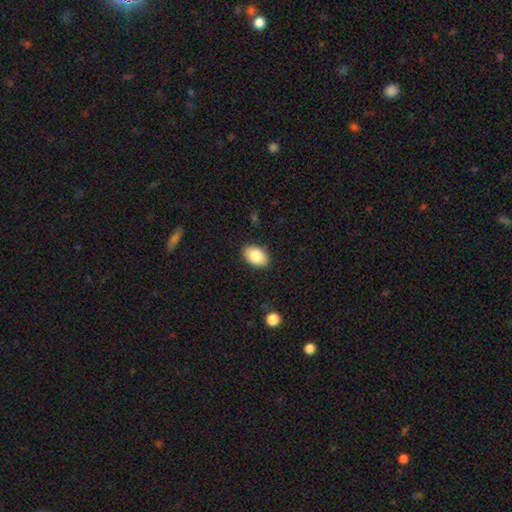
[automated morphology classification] The model was most divided on "how rounded": in between: 88%, round: 11%, cigar-shaped: 1%. More confident: merging — none (88%); smooth or featured — smooth (86%).